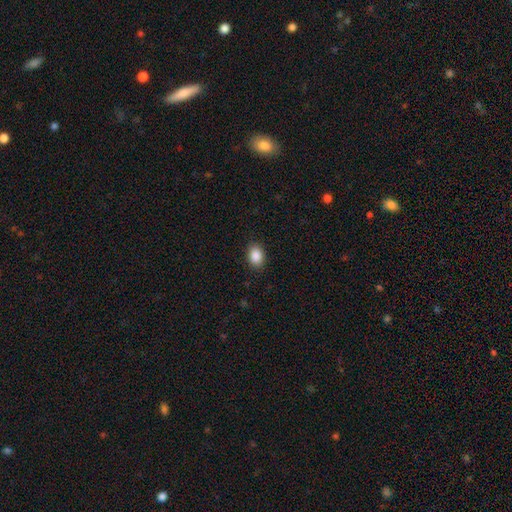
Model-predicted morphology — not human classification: A smooth galaxy with no disk features (88%) that is in between round and cigar-shaped (77%).

Vote fractions:
- Smooth or featured? smooth: 88% / star or artifact: 8% / featured or disk: 4%
- How rounded? in between: 77% / round: 22% / cigar-shaped: 1%
- Merging? none: 89% / minor disturbance: 8% / major disturbance: 2% / merger: 1%